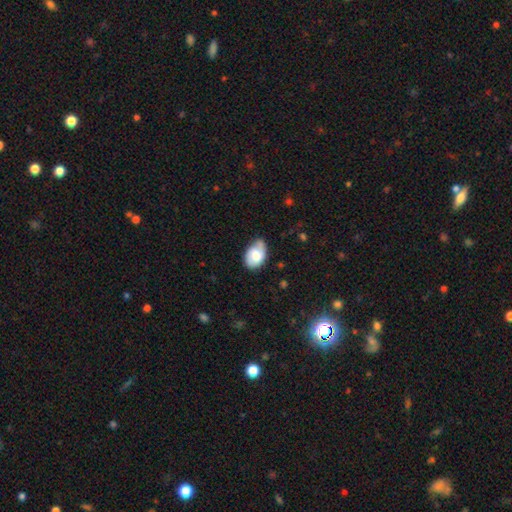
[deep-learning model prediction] The model was most divided on "smooth or featured": smooth: 57%, featured or disk: 36%, star or artifact: 7%. More confident: how rounded — in between (86%); merging — none (58%).